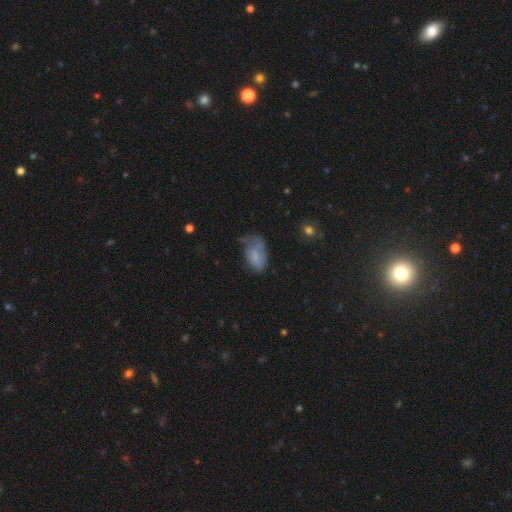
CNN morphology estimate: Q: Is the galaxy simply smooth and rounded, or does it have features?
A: smooth — 66%.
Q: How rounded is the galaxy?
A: in between — 91%.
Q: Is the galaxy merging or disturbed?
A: major disturbance — 35%.